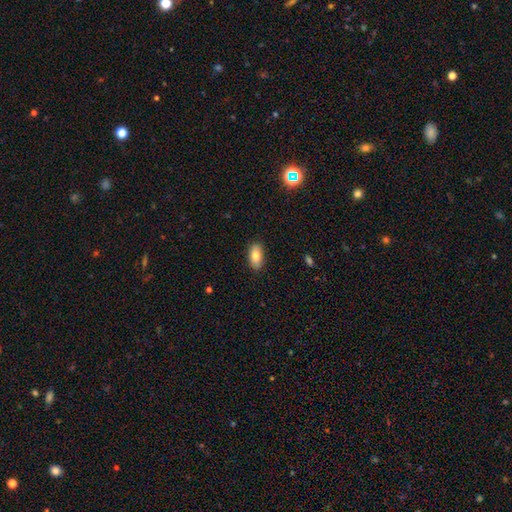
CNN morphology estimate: Q: Smooth or featured?
A: smooth (82%); runner-up: featured or disk (10%)
Q: How rounded?
A: in between (90%); runner-up: cigar-shaped (6%)
Q: Merging?
A: none (87%); runner-up: minor disturbance (10%)